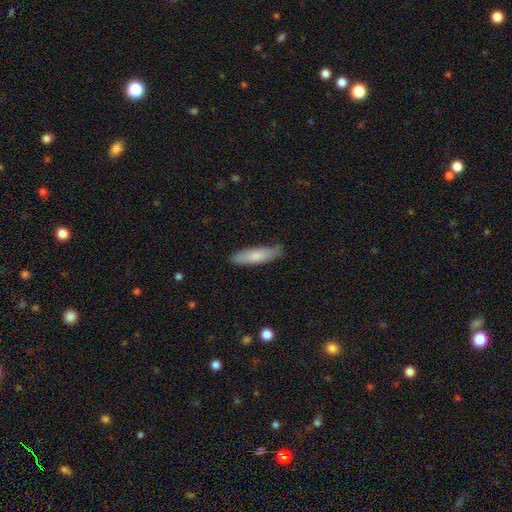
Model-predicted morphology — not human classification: Overall: smooth (78%). How rounded: cigar-shaped (65%; in between 33%). Merging: none (82%).